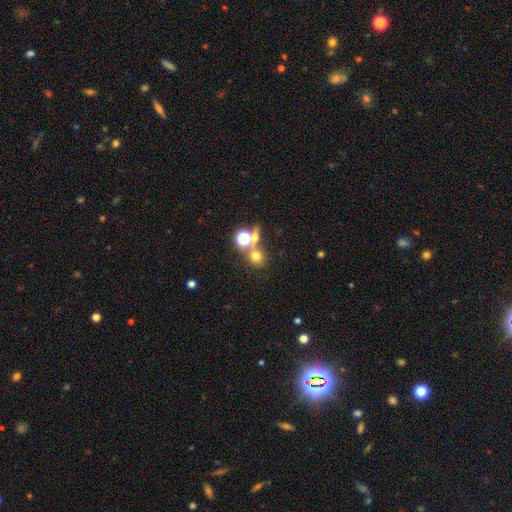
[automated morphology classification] The model was most divided on "merging": none: 58%, merger: 30%, minor disturbance: 8%, major disturbance: 5%. More confident: how rounded — round (86%); smooth or featured — smooth (64%).